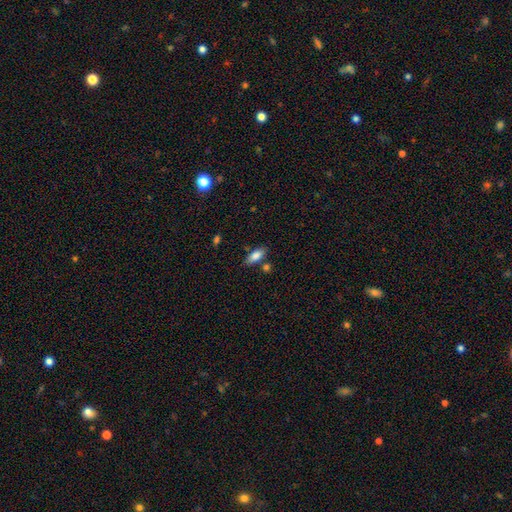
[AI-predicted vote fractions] Smooth or featured?
  - smooth: 82% *
  - featured or disk: 11%
  - star or artifact: 7%
How rounded?
  - in between: 81% *
  - cigar-shaped: 16%
  - round: 3%
Merging?
  - none: 75% *
  - minor disturbance: 14%
  - merger: 8%
  - major disturbance: 3%